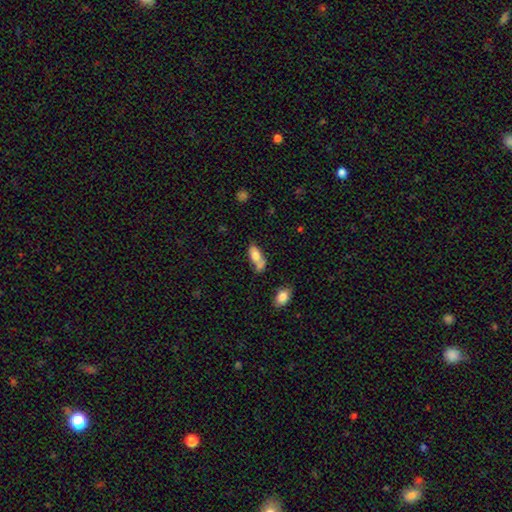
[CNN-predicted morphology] Smooth or featured? smooth (75%)
How rounded? in between (82%)
Merging? merger (38%)